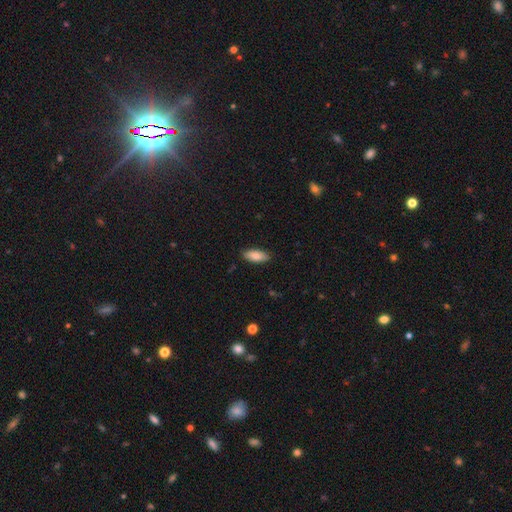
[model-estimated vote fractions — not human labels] This is clearly a smooth galaxy (86%). How rounded: clearly in between (82%). Merging: clearly none (88%).